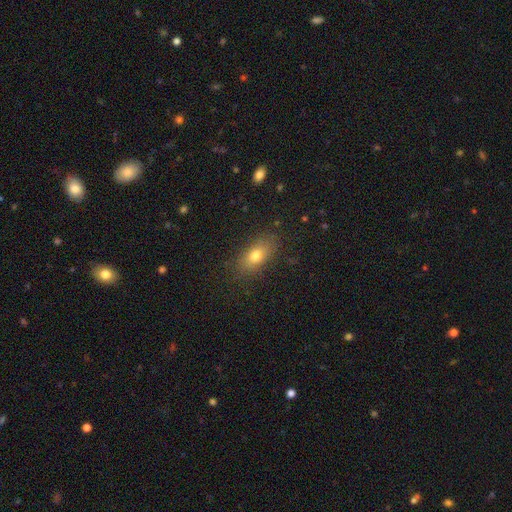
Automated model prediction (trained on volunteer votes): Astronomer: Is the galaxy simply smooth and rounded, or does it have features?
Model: smooth — 75%.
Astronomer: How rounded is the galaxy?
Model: in between — 82%.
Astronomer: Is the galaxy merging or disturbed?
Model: none — 83%.